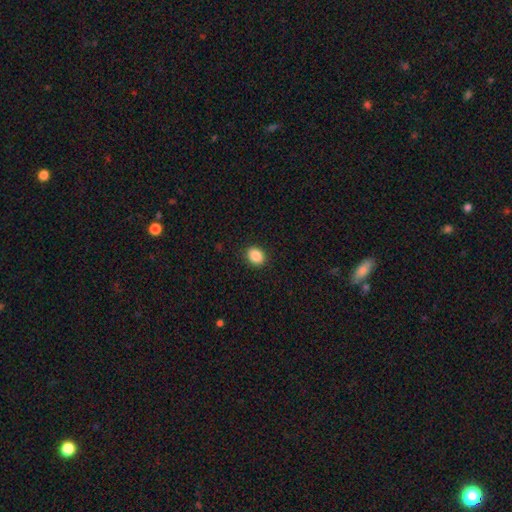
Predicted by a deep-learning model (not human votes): Smooth or featured: smooth — 88% (star or artifact — 9%)
How rounded: round — 52% (in between — 47%)
Merging: none — 91% (minor disturbance — 6%)